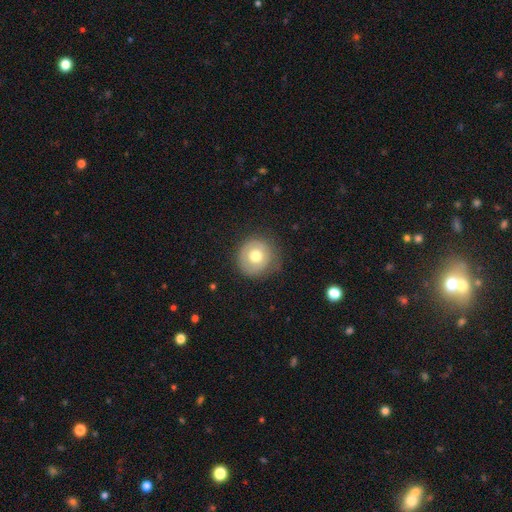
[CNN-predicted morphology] A smooth galaxy with no disk features (67%) that is round (93%).

Vote fractions:
- Smooth or featured? smooth: 67% / featured or disk: 25% / star or artifact: 8%
- How rounded? round: 93% / in between: 6% / cigar-shaped: 1%
- Merging? none: 74% / minor disturbance: 19% / major disturbance: 6% / merger: 1%